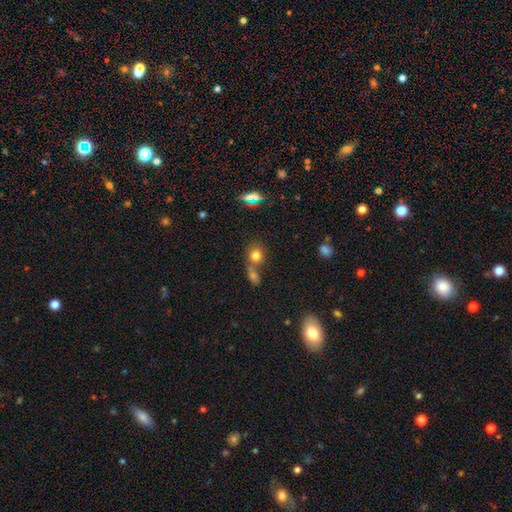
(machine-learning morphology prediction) A smooth galaxy with no disk features (75%) that is round (74%). Merging: none (47%).